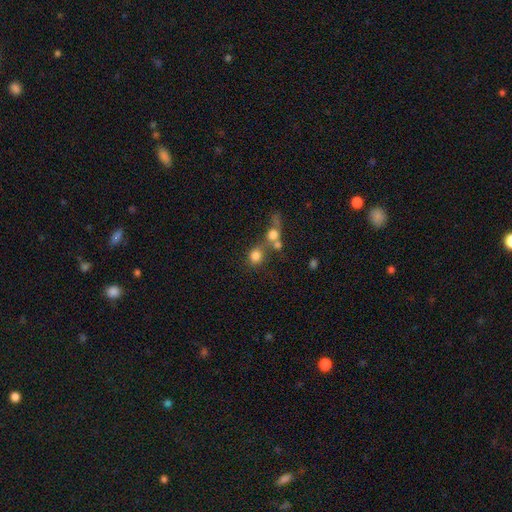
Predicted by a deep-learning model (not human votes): This appears to be a smooth galaxy with no disk features (78%) that is round (80%). Merging: none (46%).